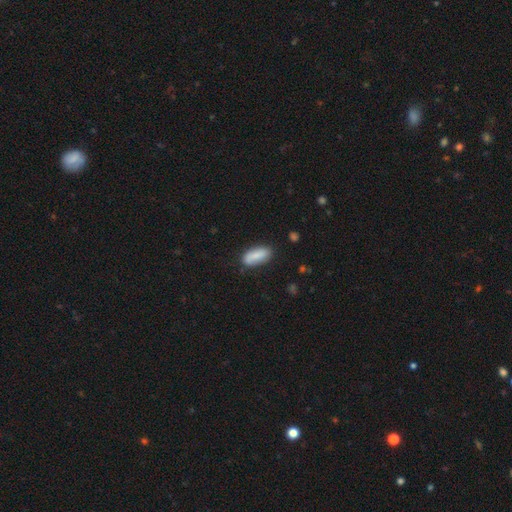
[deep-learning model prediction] Smooth or featured? smooth (83%)
How rounded? in between (83%)
Merging? none (79%)